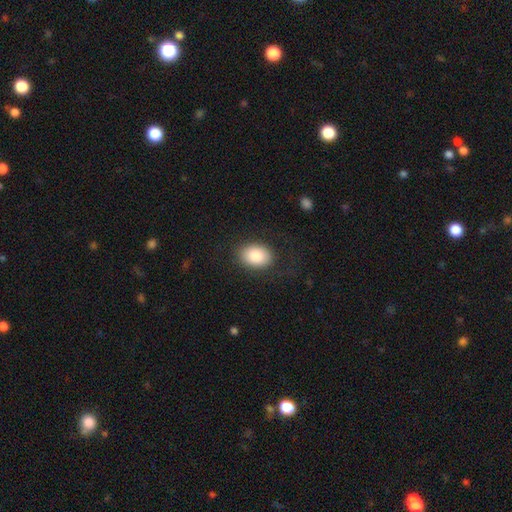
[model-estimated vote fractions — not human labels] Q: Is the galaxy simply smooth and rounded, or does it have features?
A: smooth — 86%.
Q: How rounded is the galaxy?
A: in between — 78%.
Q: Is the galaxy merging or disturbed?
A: none — 82%.